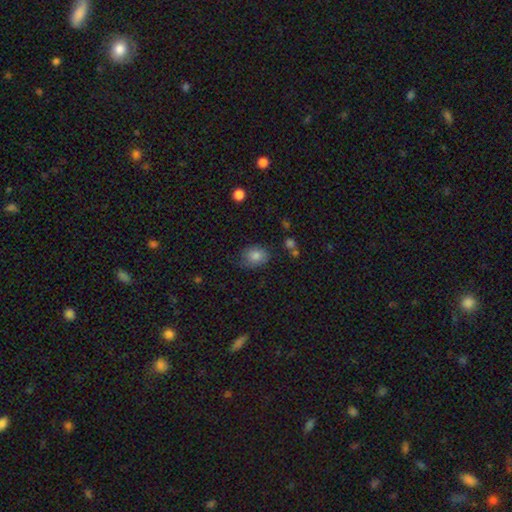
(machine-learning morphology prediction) smooth-or-featured: smooth: 81% | star or artifact: 10% | featured or disk: 9%
  how-rounded: in between: 54% | round: 45% | cigar-shaped: 1%
  merging: none: 71% | minor disturbance: 21% | major disturbance: 5% | merger: 3%